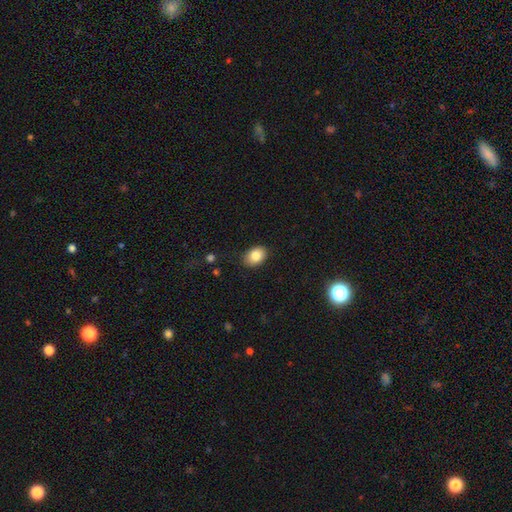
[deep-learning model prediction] Smooth or featured? smooth (84%)
How rounded? in between (75%)
Merging? none (86%)